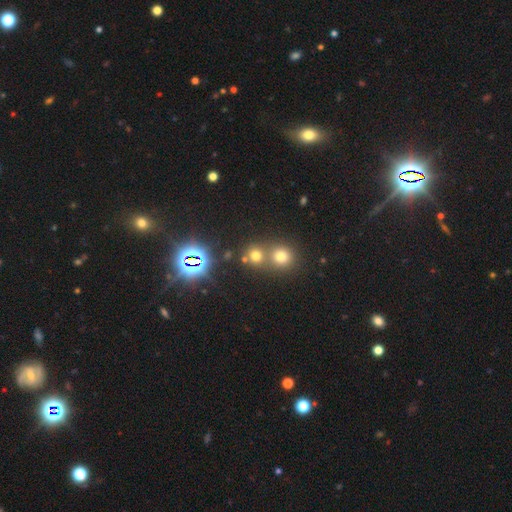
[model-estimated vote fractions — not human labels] A smooth galaxy with no disk features (62%) that is round (87%).

Vote fractions:
- Smooth or featured? smooth: 62% / star or artifact: 31% / featured or disk: 8%
- How rounded? round: 87% / in between: 12% / cigar-shaped: 1%
- Merging? none: 54% / merger: 38% / minor disturbance: 6% / major disturbance: 3%